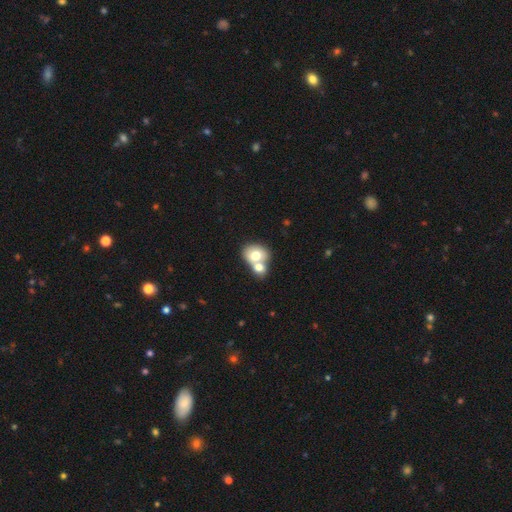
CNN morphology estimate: smooth 69%, featured or disk 22%, star or artifact 9%. Down the decision tree: how rounded — round (53%); merging — merger (70%).